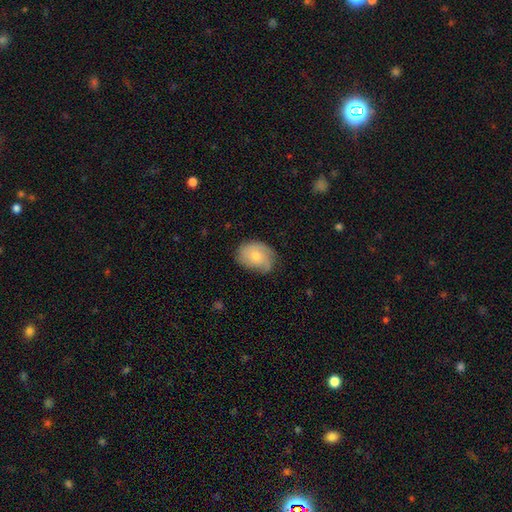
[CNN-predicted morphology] This is possibly a smooth galaxy (56%). How rounded: likely in between (67%). Merging: likely none (62%).